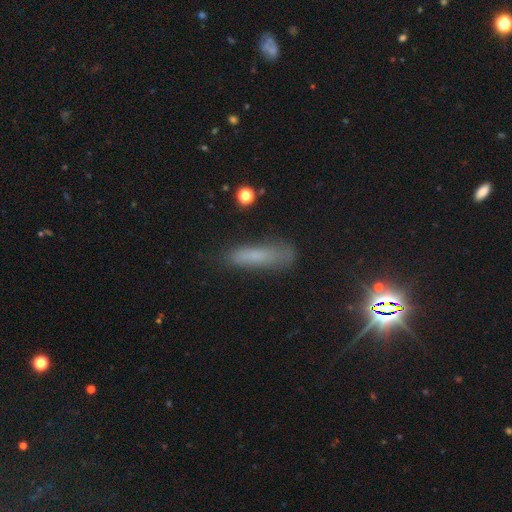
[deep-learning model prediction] Overall: smooth (66%). How rounded: cigar-shaped (73%). Merging: none (68%).